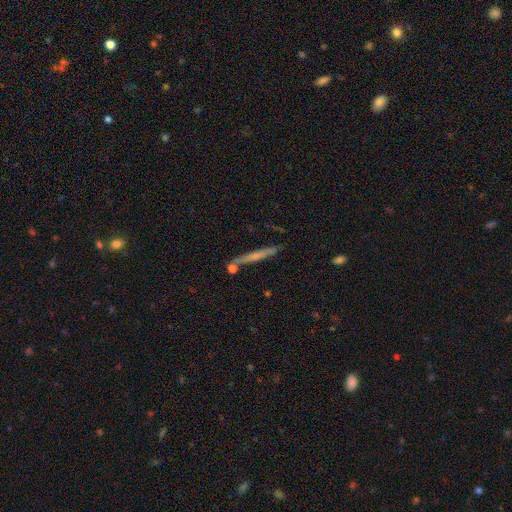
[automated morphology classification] Overall: smooth (47%; featured or disk 45%). Merging: none (82%).